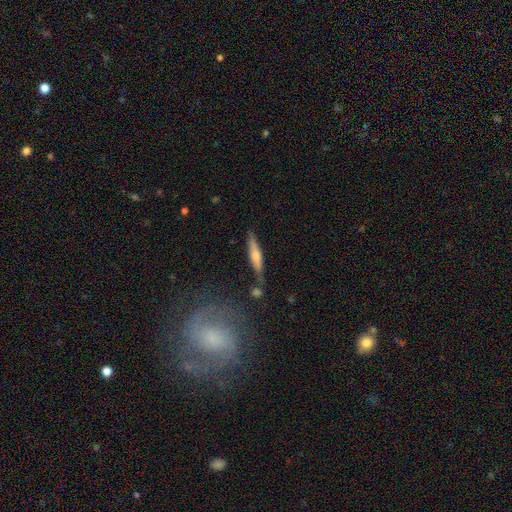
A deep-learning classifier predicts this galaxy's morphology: The model was most divided on "smooth or featured": featured or disk: 48%, smooth: 46%, star or artifact: 7%. More confident: merging — none (75%).